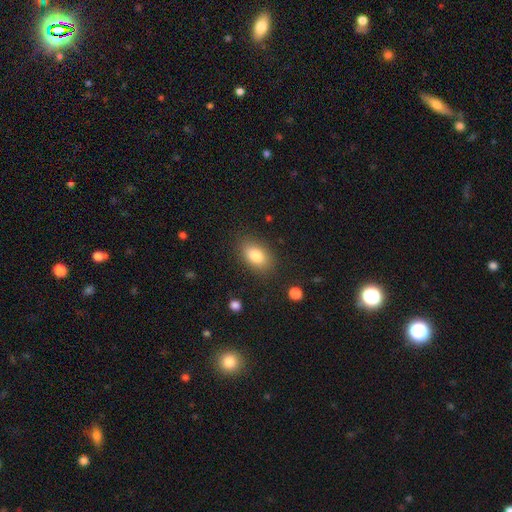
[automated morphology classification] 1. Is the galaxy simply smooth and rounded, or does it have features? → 83% smooth, 9% featured or disk, 8% star or artifact.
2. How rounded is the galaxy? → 88% in between, 10% round, 2% cigar-shaped.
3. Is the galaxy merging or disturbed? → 83% none, 12% minor disturbance, 4% major disturbance, 1% merger.